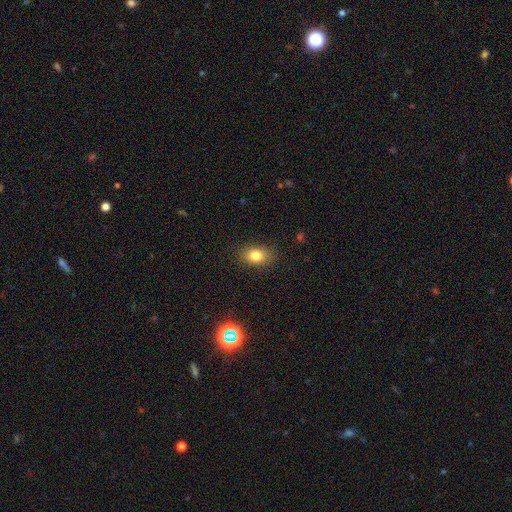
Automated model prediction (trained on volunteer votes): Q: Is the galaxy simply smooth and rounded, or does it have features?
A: smooth — 81%.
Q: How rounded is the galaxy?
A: in between — 74%.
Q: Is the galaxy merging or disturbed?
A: none — 85%.